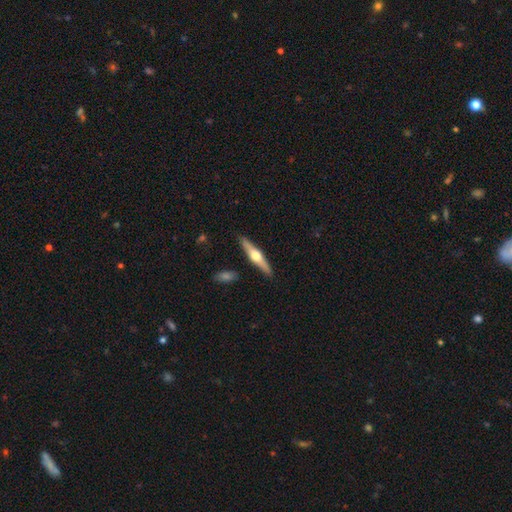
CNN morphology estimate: This appears to be a featured or disk galaxy (68%) viewed edge-on (97%) with a rounded central bulge (95%). Merging: none (89%).